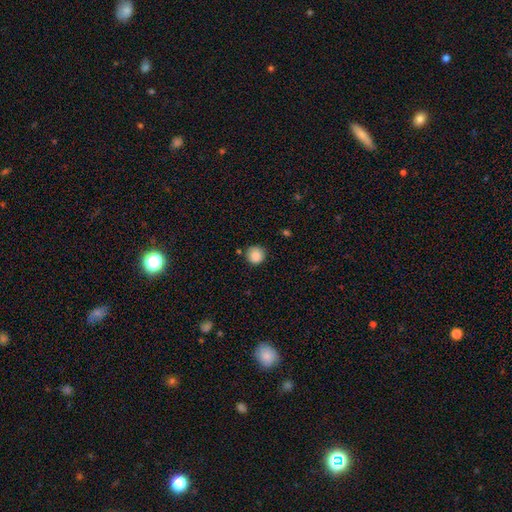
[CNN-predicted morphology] A smooth galaxy with no disk features (85%) that is round (94%).

Vote fractions:
- Smooth or featured? smooth: 85% / star or artifact: 9% / featured or disk: 6%
- How rounded? round: 94% / in between: 5% / cigar-shaped: 1%
- Merging? none: 85% / minor disturbance: 10% / merger: 3% / major disturbance: 2%